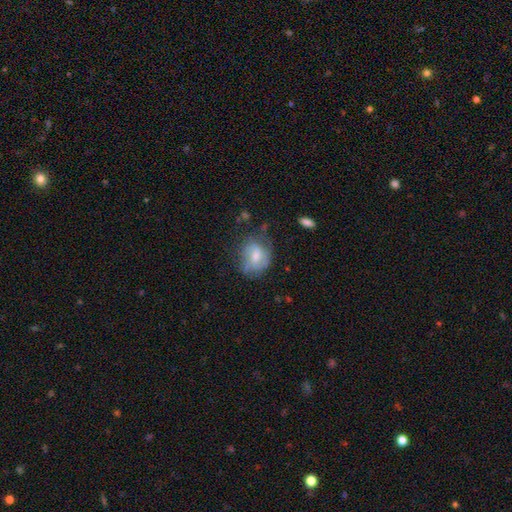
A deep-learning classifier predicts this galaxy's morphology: A smooth galaxy with no disk features (51%) that is in between round and cigar-shaped (57%).

Vote fractions:
- Smooth or featured? smooth: 51% / featured or disk: 42% / star or artifact: 8%
- How rounded? in between: 57% / round: 42% / cigar-shaped: 2%
- Merging? none: 50% / minor disturbance: 29% / major disturbance: 17% / merger: 3%